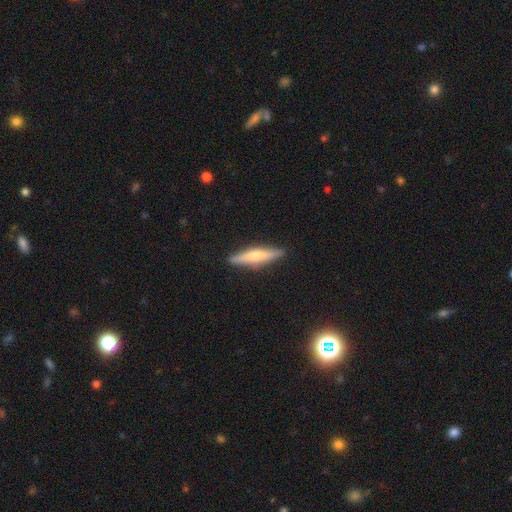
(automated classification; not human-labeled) Smooth or featured?
  - smooth: 52% *
  - featured or disk: 42%
  - star or artifact: 6%
How rounded?
  - cigar-shaped: 86% *
  - in between: 12%
  - round: 2%
Merging?
  - none: 88% *
  - minor disturbance: 9%
  - major disturbance: 2%
  - merger: 1%